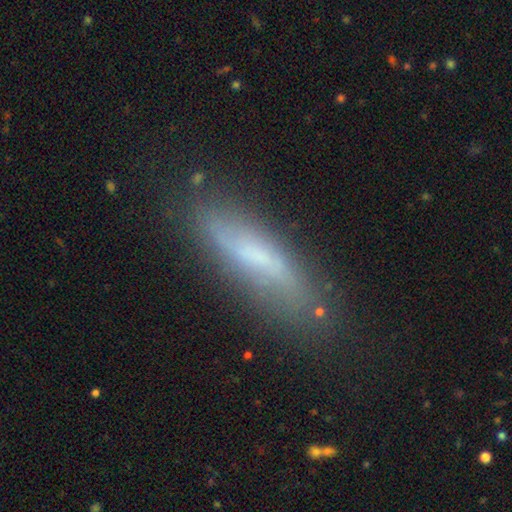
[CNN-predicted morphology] Smooth or featured?
  - featured or disk: 46% *
  - smooth: 45%
  - star or artifact: 9%
Merging?
  - none: 72% *
  - minor disturbance: 19%
  - major disturbance: 6%
  - merger: 3%